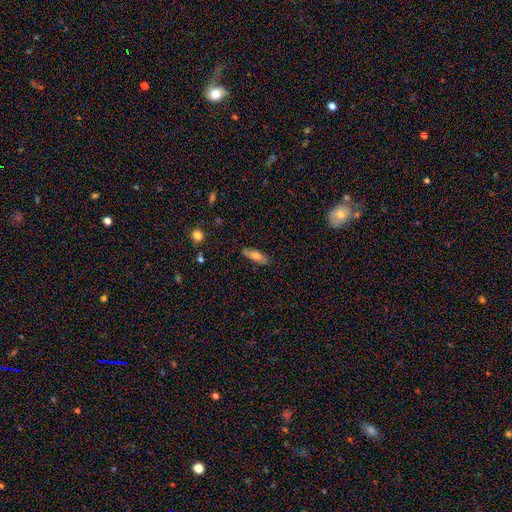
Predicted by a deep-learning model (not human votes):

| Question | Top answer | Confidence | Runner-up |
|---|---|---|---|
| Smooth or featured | smooth | 69% | featured or disk (24%) |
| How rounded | in between | 58% | cigar-shaped (39%) |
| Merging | none | 77% | minor disturbance (17%) |